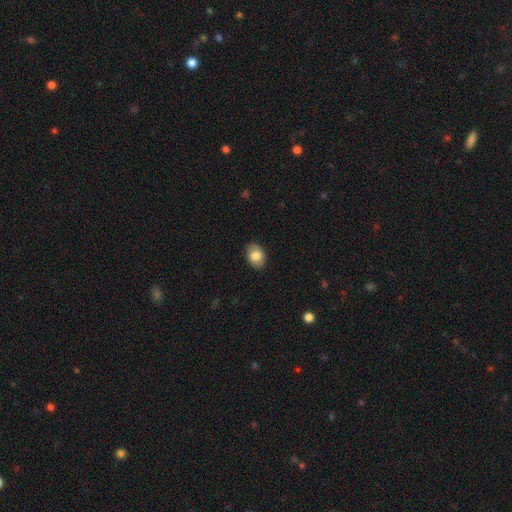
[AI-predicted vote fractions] Smooth or featured? Predicted: smooth (p=0.80). How rounded? Predicted: in between (p=0.72). Merging? Predicted: none (p=0.84).